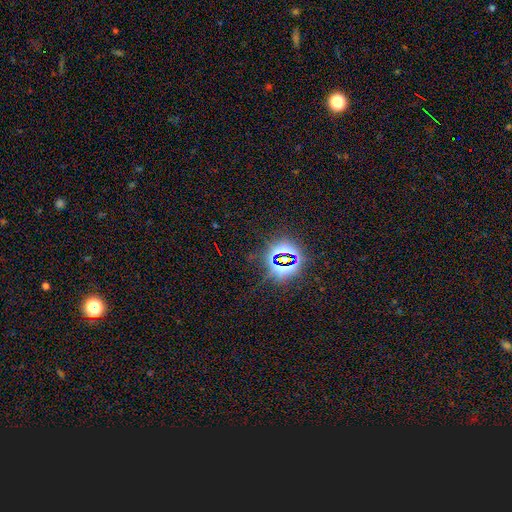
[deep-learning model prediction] Smooth or featured: star or artifact — 80% (smooth — 12%)